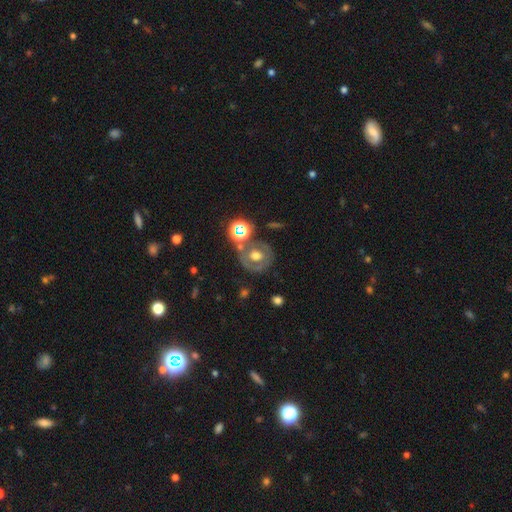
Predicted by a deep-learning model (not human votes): The model was most divided on "smooth or featured": featured or disk: 49%, smooth: 39%, star or artifact: 13%. More confident: merging — none (65%).